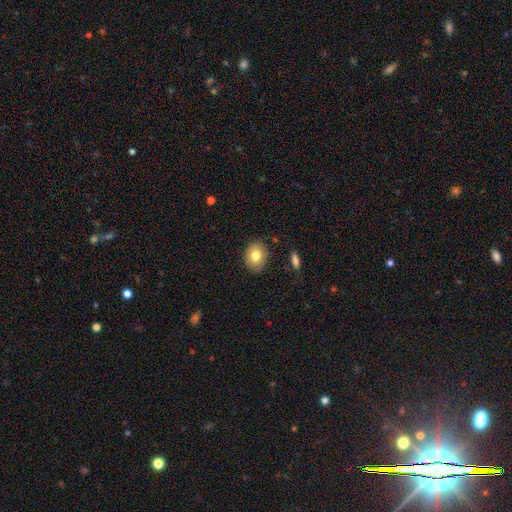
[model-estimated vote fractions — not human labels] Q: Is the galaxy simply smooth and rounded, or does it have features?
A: smooth — 79%.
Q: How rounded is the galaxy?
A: in between — 60%.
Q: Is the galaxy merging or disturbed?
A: none — 86%.